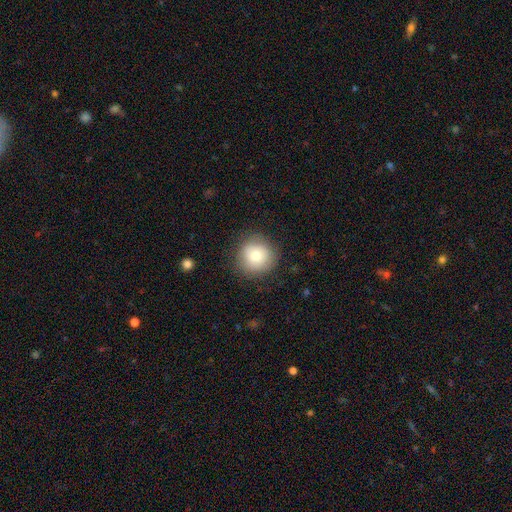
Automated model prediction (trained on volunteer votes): Overall: smooth (75%). How rounded: round (93%). Merging: none (85%).